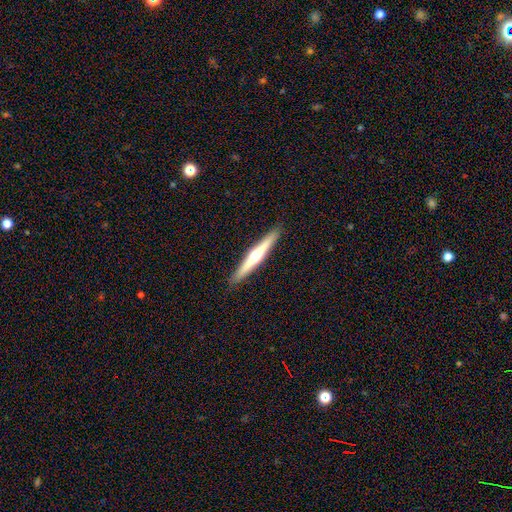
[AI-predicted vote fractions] smooth_or_featured: featured or disk (p=0.60) [alt: smooth p=0.35]
disk_edge_on: yes (p=0.97) [alt: no p=0.03]
edge_on_bulge: rounded (p=0.80) [alt: none p=0.15]
merging: none (p=0.91) [alt: minor disturbance p=0.07]